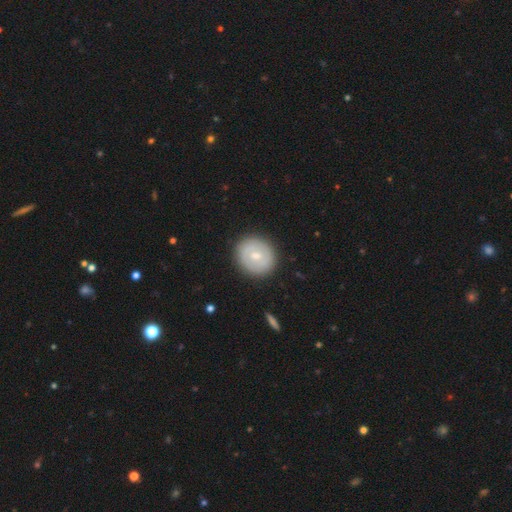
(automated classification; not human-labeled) Q: Smooth or featured?
A: smooth (49%); runner-up: featured or disk (45%)
Q: Merging?
A: none (88%); runner-up: minor disturbance (8%)